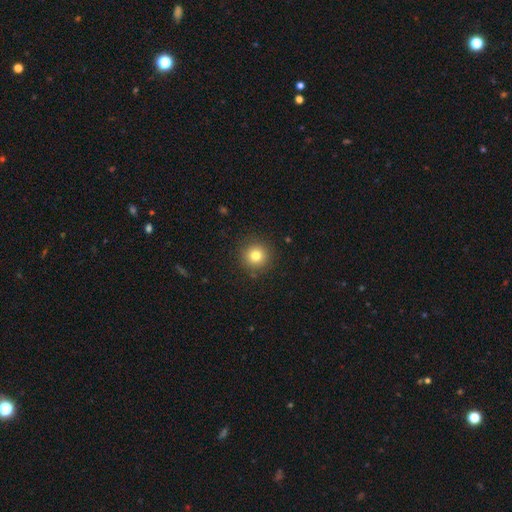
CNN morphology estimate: Overall: smooth (79%). How rounded: round (94%). Merging: none (89%).